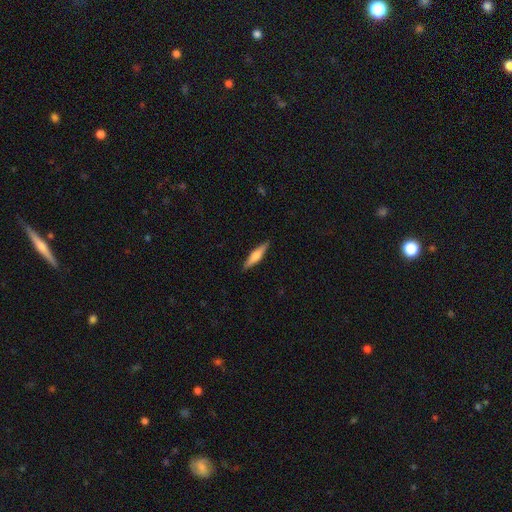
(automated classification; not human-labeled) Smooth or featured?
  - smooth: 48% *
  - featured or disk: 46%
  - star or artifact: 6%
Merging?
  - none: 90% *
  - minor disturbance: 8%
  - major disturbance: 2%
  - merger: 1%